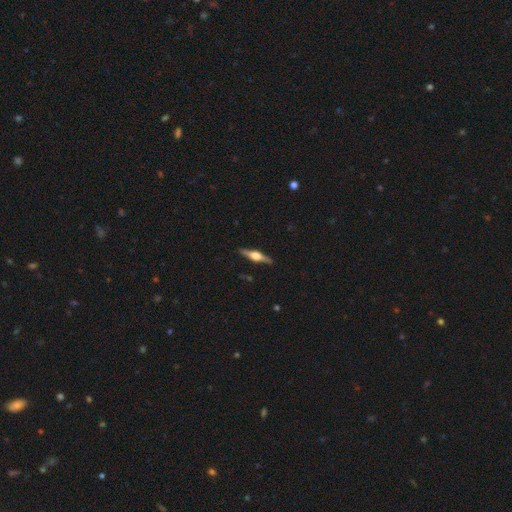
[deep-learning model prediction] The model was most divided on "smooth or featured": featured or disk: 77%, smooth: 17%, star or artifact: 5%. More confident: edge-on disk — yes (98%); edge-on bulge — rounded (92%); merging — none (90%).